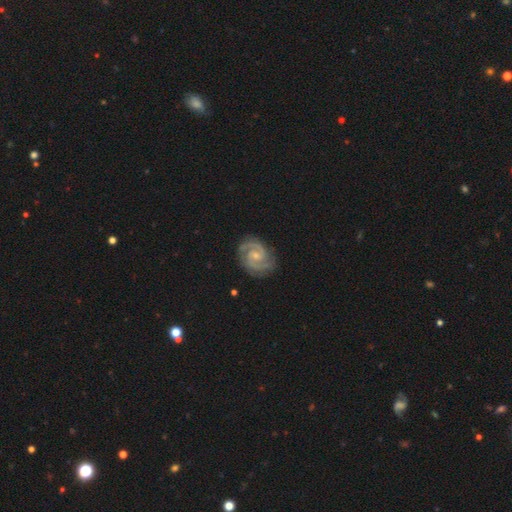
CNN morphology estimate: type=featured or disk (92%); edge-on=no (98%); bar=no (52%); spiral arms=yes (99%); winding=tight (55%); arm count=2 (88%); bulge=small (64%); merging=none (83%).